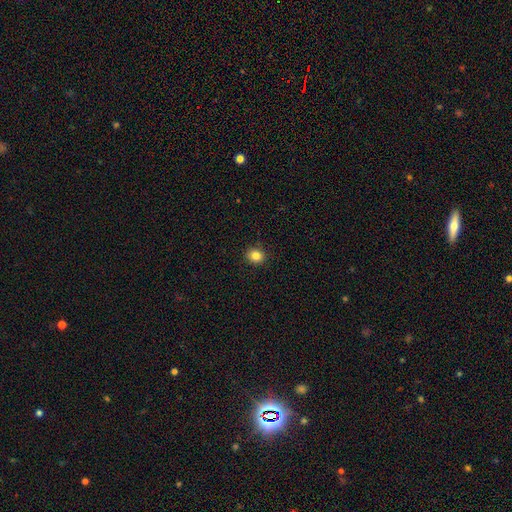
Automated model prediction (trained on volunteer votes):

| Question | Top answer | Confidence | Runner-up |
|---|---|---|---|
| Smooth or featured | smooth | 84% | star or artifact (11%) |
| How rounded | round | 73% | in between (26%) |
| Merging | none | 90% | minor disturbance (7%) |